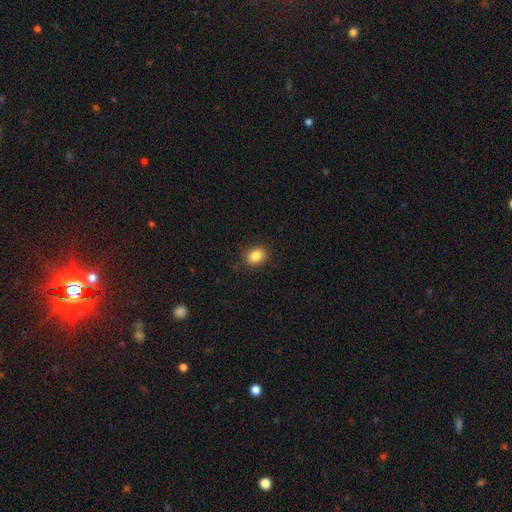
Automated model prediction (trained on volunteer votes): Smooth or featured?
  - smooth: 85% *
  - star or artifact: 10%
  - featured or disk: 5%
How rounded?
  - in between: 50% *
  - round: 49%
  - cigar-shaped: 1%
Merging?
  - none: 86% *
  - minor disturbance: 10%
  - major disturbance: 3%
  - merger: 1%